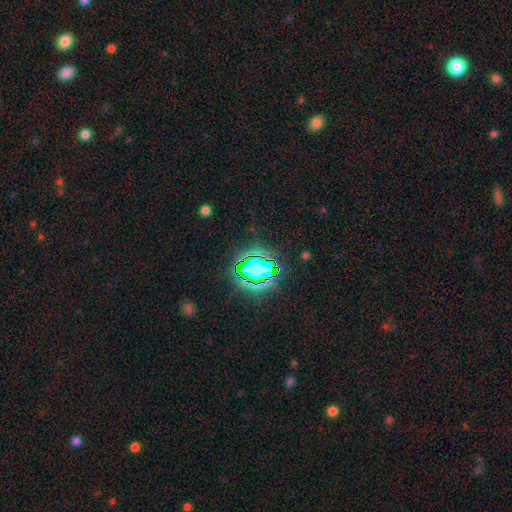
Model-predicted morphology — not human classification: Smooth or featured? Predicted: star or artifact (p=0.73).